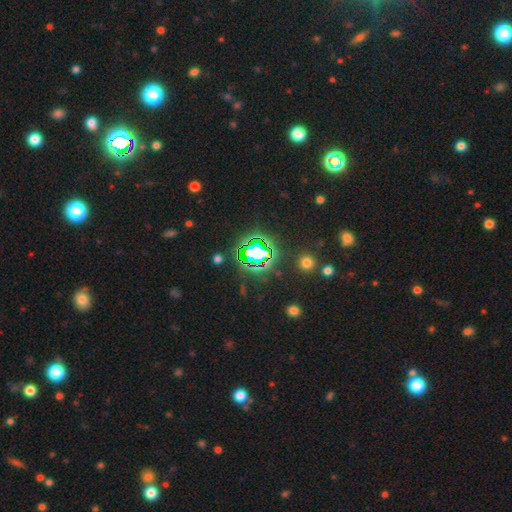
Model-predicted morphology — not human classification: star or artifact 73%, smooth 15%, featured or disk 12%.